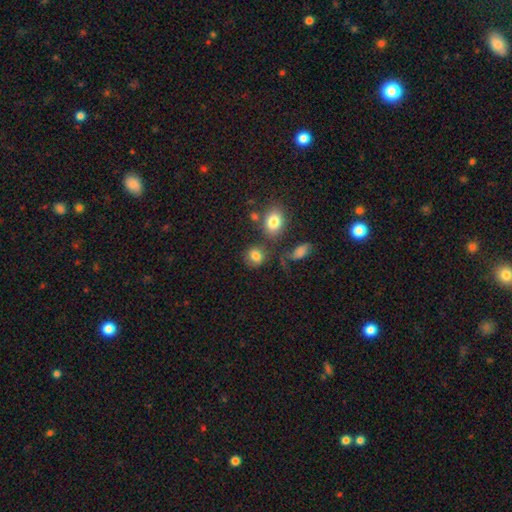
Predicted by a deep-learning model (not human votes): smooth_or_featured: smooth (p=0.81) [alt: star or artifact p=0.10]
how_rounded: round (p=0.73) [alt: in between p=0.26]
merging: none (p=0.68) [alt: minor disturbance p=0.14]